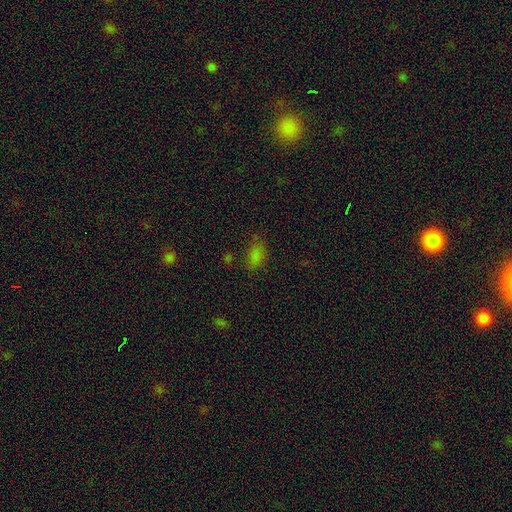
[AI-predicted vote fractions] This appears to be a smooth galaxy with no disk features (74%) that is in between round and cigar-shaped (89%). Merging: none (64%).